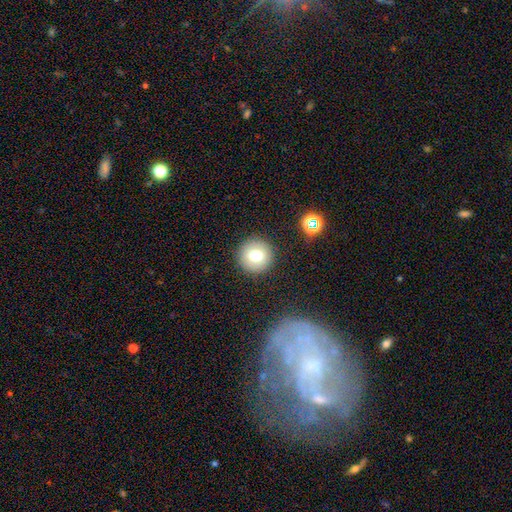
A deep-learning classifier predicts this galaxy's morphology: This is likely a smooth galaxy (73%). How rounded: clearly round (95%). Merging: clearly none (91%).